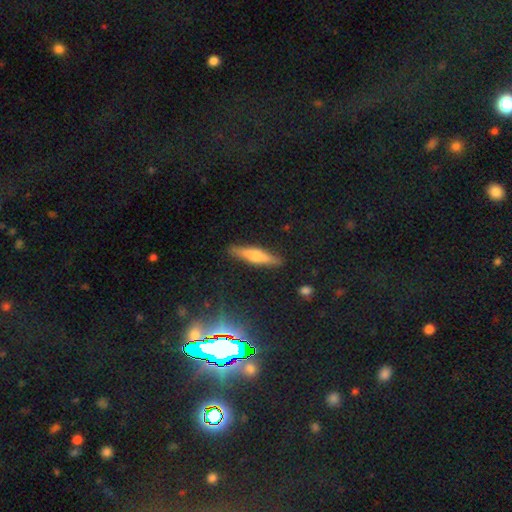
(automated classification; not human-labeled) Smooth or featured?
  - featured or disk: 48% *
  - smooth: 46%
  - star or artifact: 7%
Merging?
  - none: 88% *
  - minor disturbance: 9%
  - major disturbance: 2%
  - merger: 1%